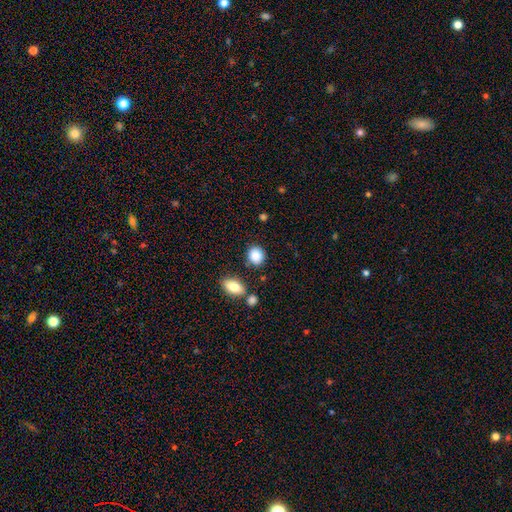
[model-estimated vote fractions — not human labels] Q: Smooth or featured?
A: smooth (88%); runner-up: star or artifact (8%)
Q: How rounded?
A: round (66%); runner-up: in between (33%)
Q: Merging?
A: none (81%); runner-up: minor disturbance (11%)